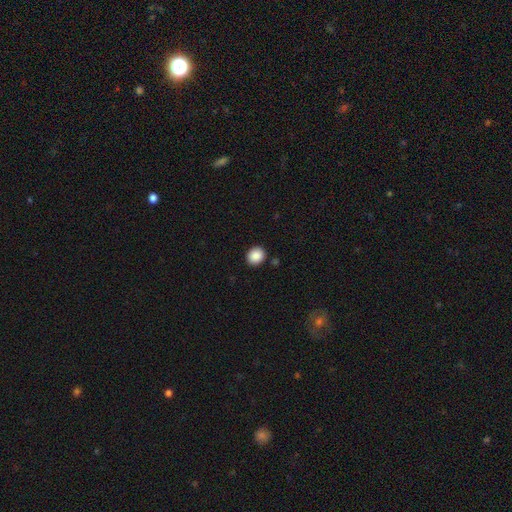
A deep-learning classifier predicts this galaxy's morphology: A smooth galaxy with no disk features (89%) that is round (71%).

Vote fractions:
- Smooth or featured? smooth: 89% / star or artifact: 8% / featured or disk: 3%
- How rounded? round: 71% / in between: 28% / cigar-shaped: 1%
- Merging? none: 90% / minor disturbance: 6% / merger: 2% / major disturbance: 2%